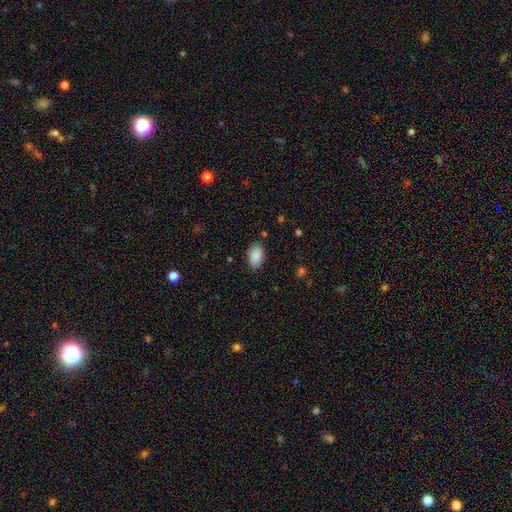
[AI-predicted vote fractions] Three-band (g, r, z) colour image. It shows a smooth galaxy with no disk features (90%) that is in between round and cigar-shaped (93%). Merging: none (85%).